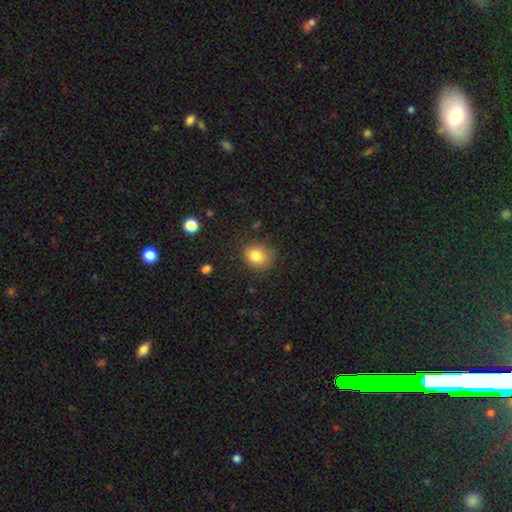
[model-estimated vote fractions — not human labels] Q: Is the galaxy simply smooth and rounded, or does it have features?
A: smooth — 82%.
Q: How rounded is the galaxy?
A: round — 69%.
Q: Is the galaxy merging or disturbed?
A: none — 75%.